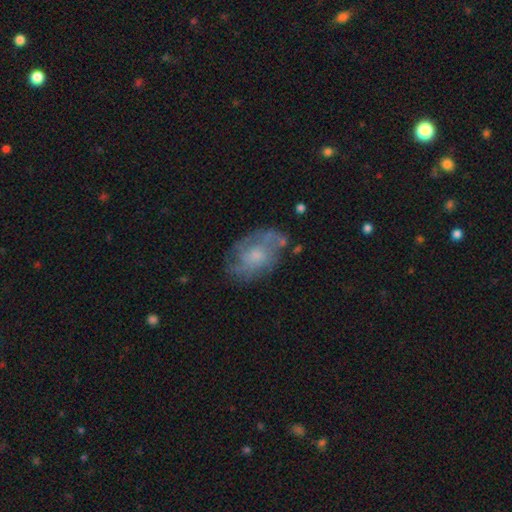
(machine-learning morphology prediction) Smooth or featured: featured or disk — 63% (smooth — 29%)
Edge-on disk: no — 96% (yes — 4%)
Bar: no — 78% (weak — 20%)
Spiral arms: yes — 72% (no — 28%)
Bulge size: small — 44% (moderate — 42%)
Merging: none — 64% (minor disturbance — 22%)